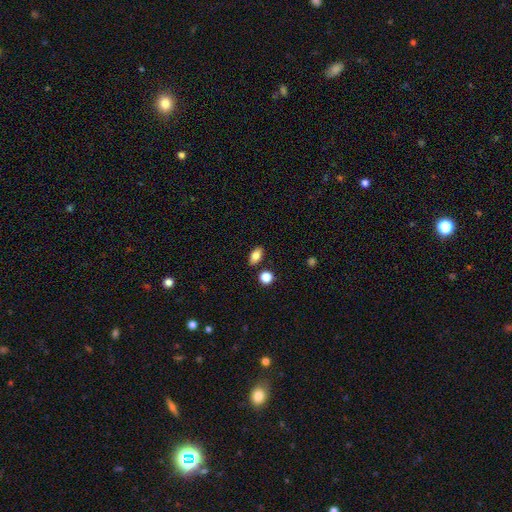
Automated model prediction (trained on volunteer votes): A smooth galaxy with no disk features (81%) that is in between round and cigar-shaped (86%). Merging: none (84%).